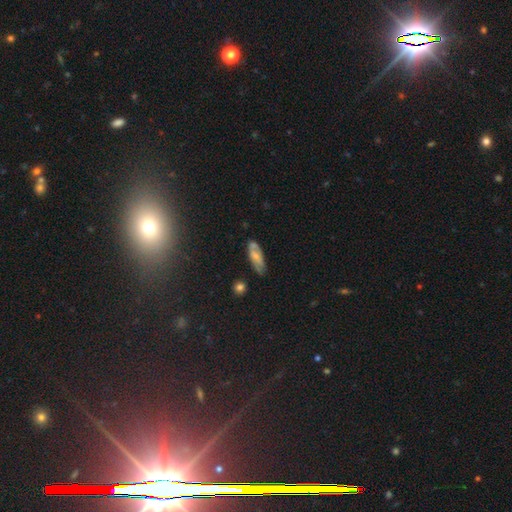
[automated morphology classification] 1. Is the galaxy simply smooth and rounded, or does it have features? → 50% smooth, 41% featured or disk, 8% star or artifact.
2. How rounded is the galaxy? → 68% in between, 29% cigar-shaped, 3% round.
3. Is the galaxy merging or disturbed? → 62% none, 25% minor disturbance, 7% major disturbance, 6% merger.